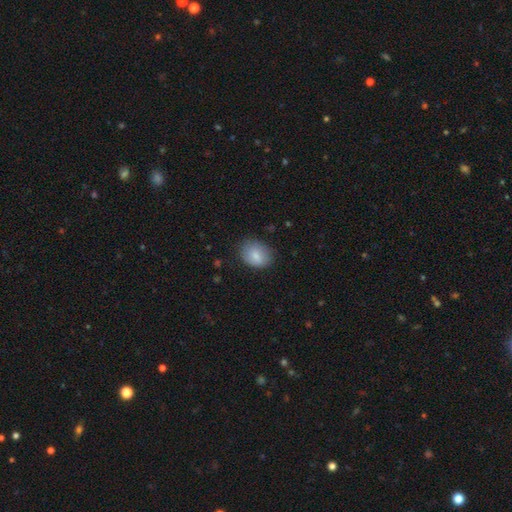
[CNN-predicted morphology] Smooth or featured: smooth — 82% (featured or disk — 11%)
How rounded: in between — 69% (round — 30%)
Merging: none — 75% (minor disturbance — 19%)